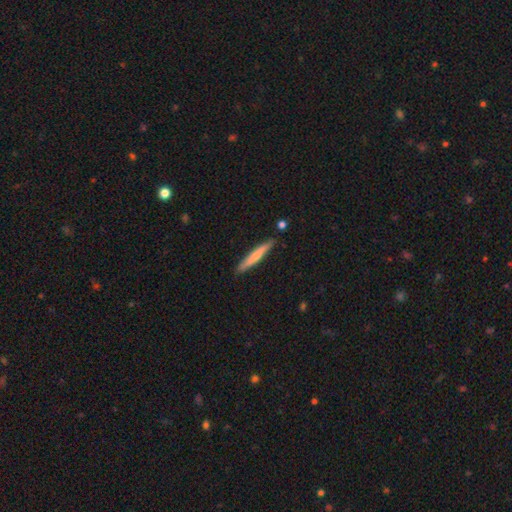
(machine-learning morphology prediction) Smooth or featured: smooth — 61% (featured or disk — 33%)
How rounded: cigar-shaped — 95% (in between — 4%)
Merging: none — 87% (minor disturbance — 9%)